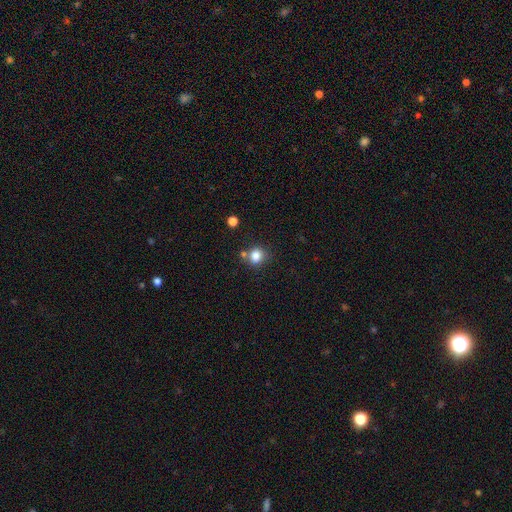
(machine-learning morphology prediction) Smooth or featured? Predicted: smooth (p=0.83). How rounded? Predicted: round (p=0.77). Merging? Predicted: none (p=0.71).